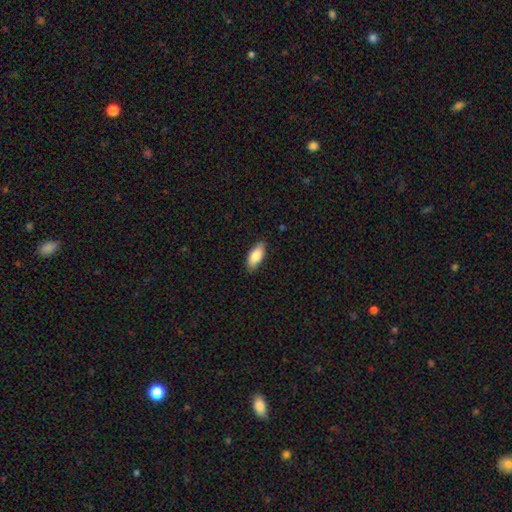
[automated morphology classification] Overall: smooth (84%). How rounded: in between (85%). Merging: none (87%).